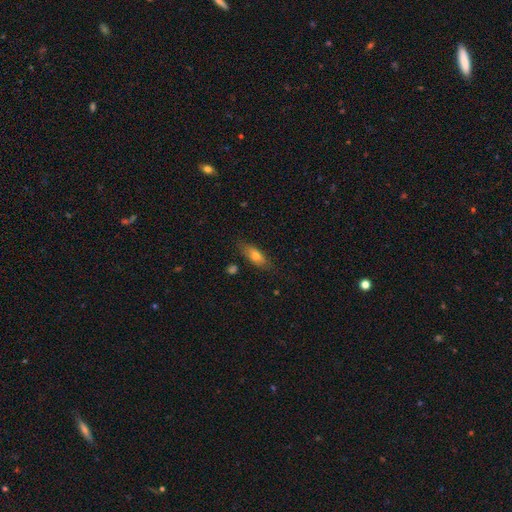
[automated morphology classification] Smooth or featured? smooth (68%)
How rounded? in between (73%)
Merging? none (77%)